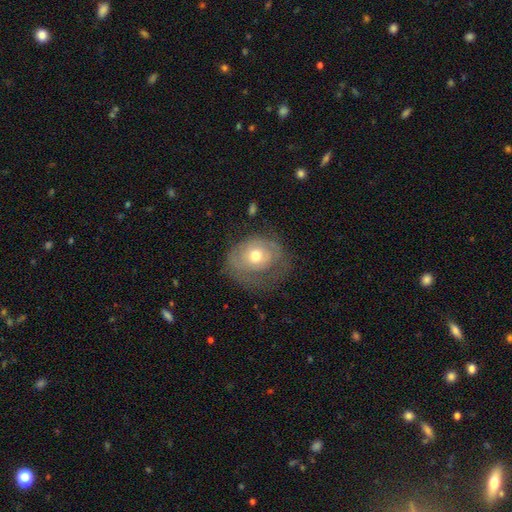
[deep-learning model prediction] This appears to be a smooth galaxy with no disk features (47%). Merging: none (41%).